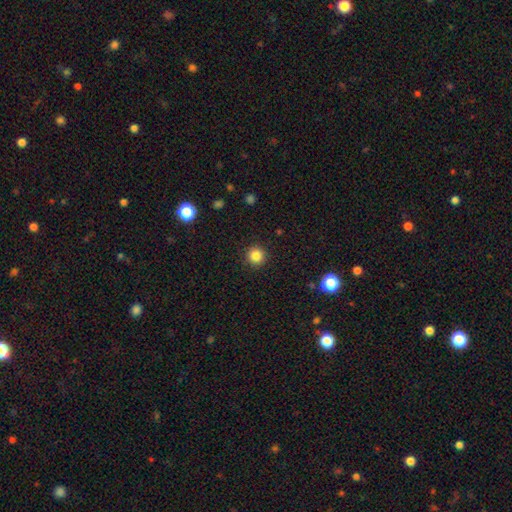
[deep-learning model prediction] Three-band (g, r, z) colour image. It shows a smooth galaxy with no disk features (85%) that is round (95%). Merging: none (92%).